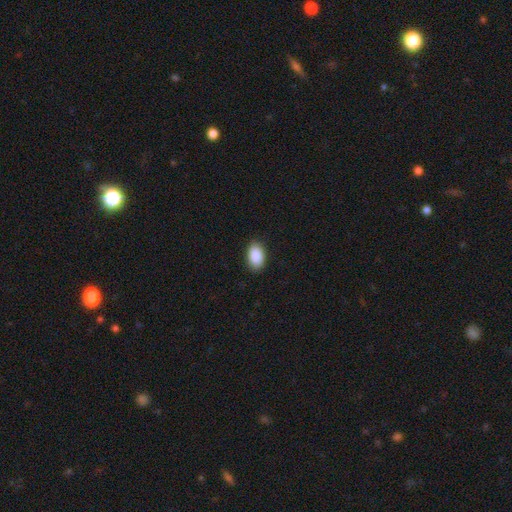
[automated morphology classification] A smooth galaxy with no disk features (91%) that is in between round and cigar-shaped (93%). Merging: none (88%).